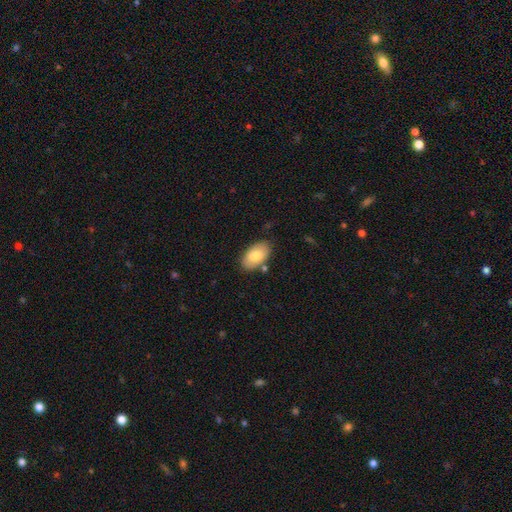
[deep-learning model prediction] smooth-or-featured: smooth: 78% | featured or disk: 16% | star or artifact: 6%
  how-rounded: in between: 95% | round: 4% | cigar-shaped: 2%
  merging: none: 80% | minor disturbance: 13% | merger: 4% | major disturbance: 3%